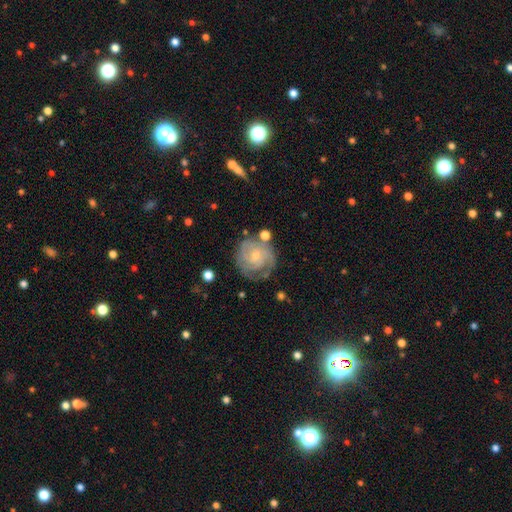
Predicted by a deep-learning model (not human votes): Overall: featured or disk (81%). Edge-on disk: no (98%). Bar: no (68%). Spiral arms: yes (95%). Spiral arm count: 3 (28%, tied with 2). Spiral winding: tight (67%; medium 27%). Bulge size: small (69%). Merging: none (68%).